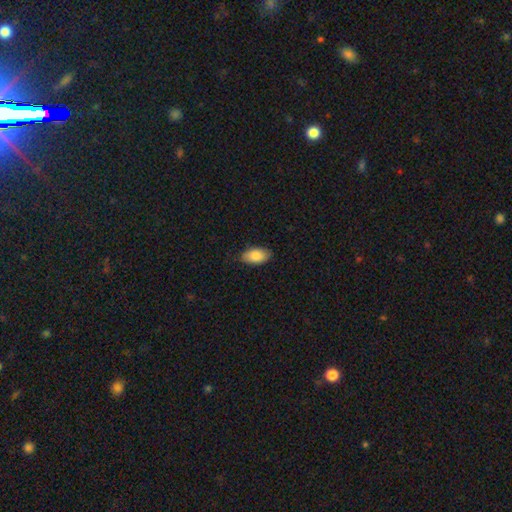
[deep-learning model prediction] smooth-or-featured: smooth: 85% | featured or disk: 8% | star or artifact: 6%
  how-rounded: in between: 94% | round: 4% | cigar-shaped: 2%
  merging: none: 82% | minor disturbance: 14% | major disturbance: 2% | merger: 1%